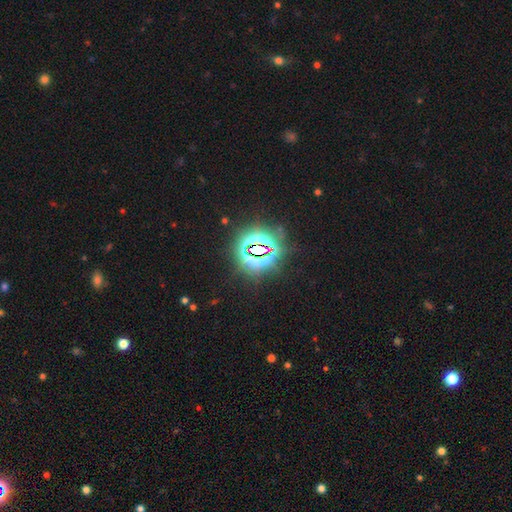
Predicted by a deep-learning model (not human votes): Smooth or featured?
  - star or artifact: 82% *
  - smooth: 10%
  - featured or disk: 8%